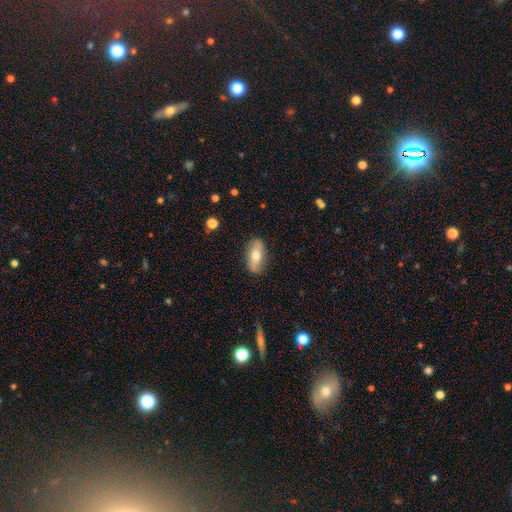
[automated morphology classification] smooth-or-featured: smooth: 58% | featured or disk: 36% | star or artifact: 6%
  how-rounded: in between: 82% | cigar-shaped: 13% | round: 4%
  merging: none: 85% | minor disturbance: 11% | major disturbance: 3% | merger: 1%